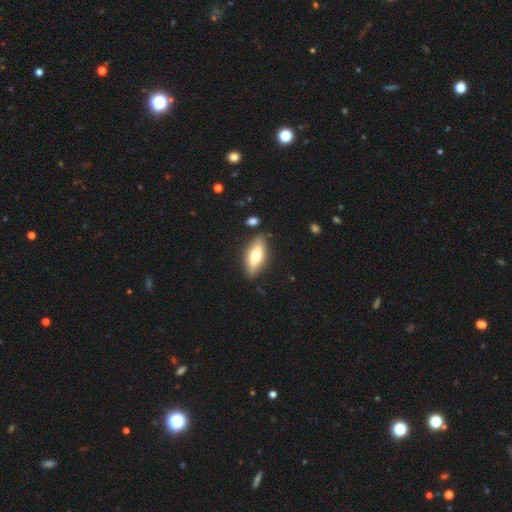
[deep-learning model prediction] This appears to be a smooth galaxy with no disk features (65%) that is in between round and cigar-shaped (80%). Merging: none (85%).